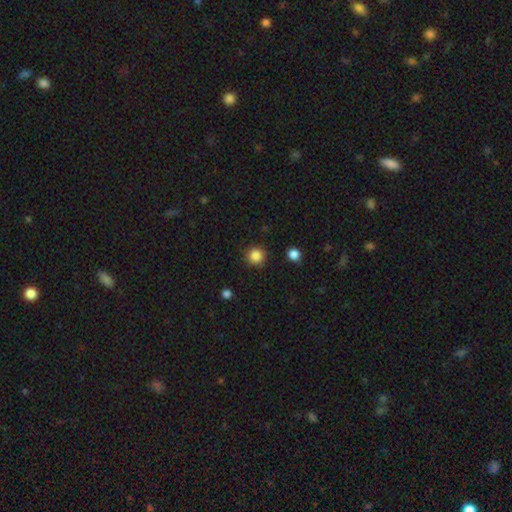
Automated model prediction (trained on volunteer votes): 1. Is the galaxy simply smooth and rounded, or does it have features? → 86% smooth, 11% star or artifact, 4% featured or disk.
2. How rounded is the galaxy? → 95% round, 4% in between, 1% cigar-shaped.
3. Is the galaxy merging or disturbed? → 90% none, 6% minor disturbance, 2% major disturbance, 2% merger.